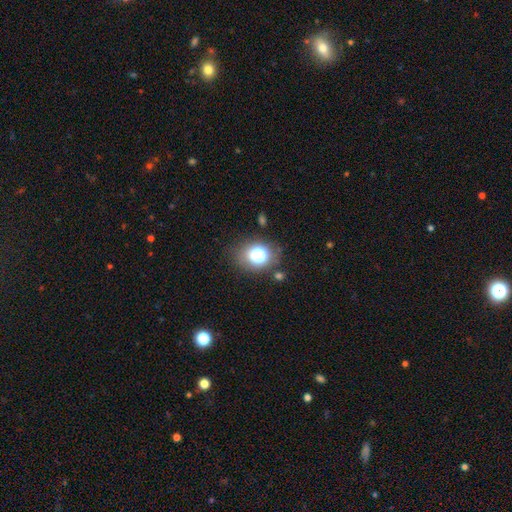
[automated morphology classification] A smooth galaxy with no disk features (60%) that is round (70%). Merging: none (71%).